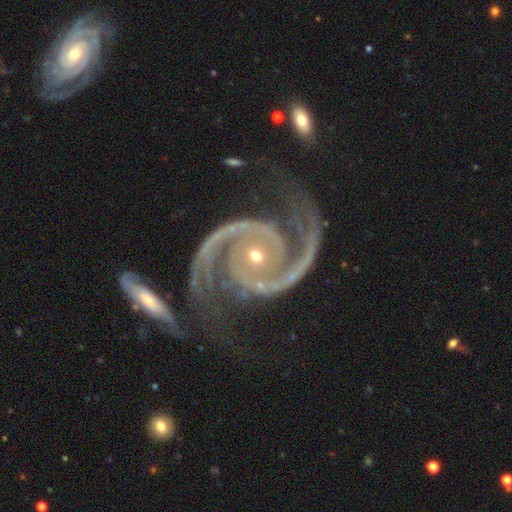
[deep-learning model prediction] smooth_or_featured: featured or disk (p=0.95) [alt: star or artifact p=0.04]
disk_edge_on: no (p=0.98) [alt: yes p=0.02]
bar: no (p=0.64) [alt: weak p=0.22]
has_spiral_arms: yes (p=0.99) [alt: no p=0.01]
spiral_winding: medium (p=0.53) [alt: tight p=0.39]
spiral_arm_count: 2 (p=0.92) [alt: 3 p=0.03]
bulge_size: small (p=0.71) [alt: moderate p=0.26]
merging: none (p=0.59) [alt: minor disturbance p=0.22]